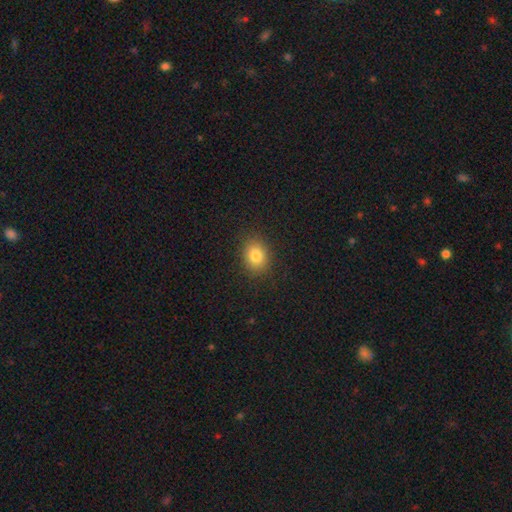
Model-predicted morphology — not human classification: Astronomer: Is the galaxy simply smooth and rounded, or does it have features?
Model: smooth — 82%.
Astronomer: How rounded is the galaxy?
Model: in between — 52% (runner-up: round, 47%).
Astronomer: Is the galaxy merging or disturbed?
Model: none — 87%.